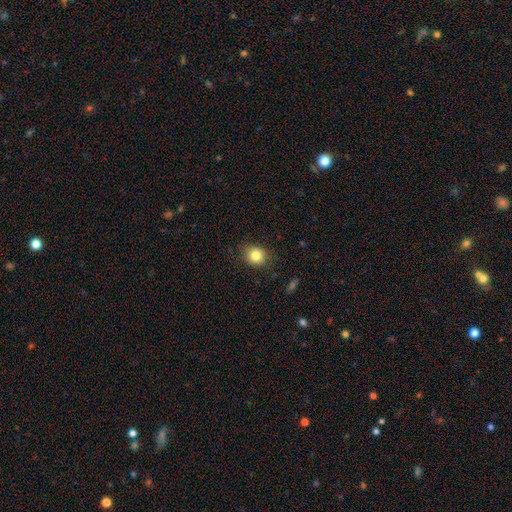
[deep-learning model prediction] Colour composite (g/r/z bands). It shows a smooth galaxy with no disk features (82%) that is round (67%). Merging: none (81%).